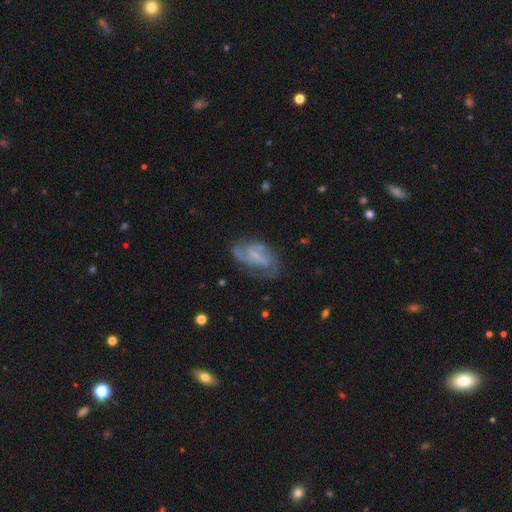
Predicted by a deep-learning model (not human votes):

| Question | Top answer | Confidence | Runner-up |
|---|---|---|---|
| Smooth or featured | featured or disk | 70% | smooth (21%) |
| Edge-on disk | no | 96% | yes (4%) |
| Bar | no | 44% | weak (41%) |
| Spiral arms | yes | 83% | no (17%) |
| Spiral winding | medium | 44% | tight (28%) |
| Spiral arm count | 2 | 47% | can't tell (26%) |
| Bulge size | none | 45% | small (36%) |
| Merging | none | 57% | minor disturbance (24%) |